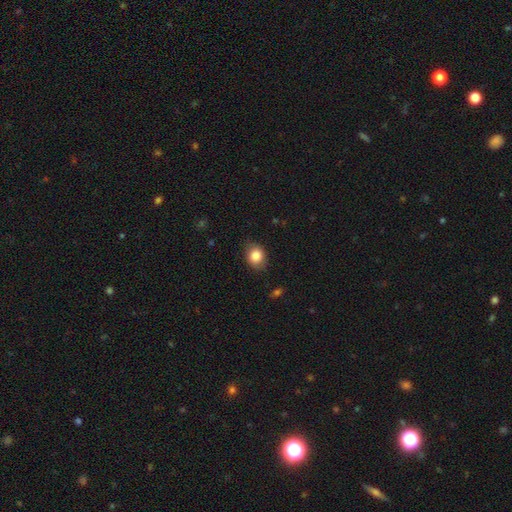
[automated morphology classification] Q: Smooth or featured?
A: smooth (85%); runner-up: star or artifact (8%)
Q: How rounded?
A: in between (52%); runner-up: round (47%)
Q: Merging?
A: none (78%); runner-up: minor disturbance (17%)